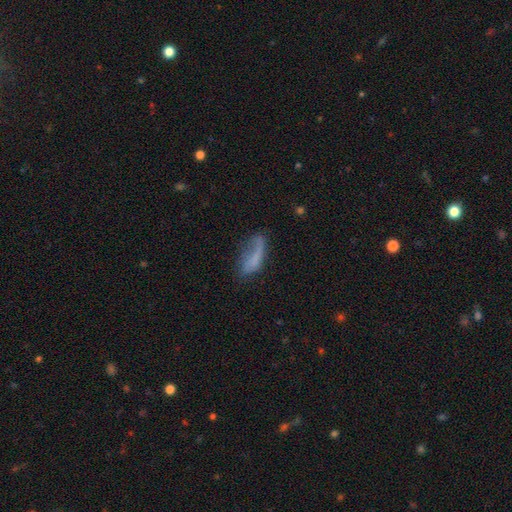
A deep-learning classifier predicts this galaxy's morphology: Smooth or featured? smooth (60%)
How rounded? in between (68%)
Merging? none (35%)